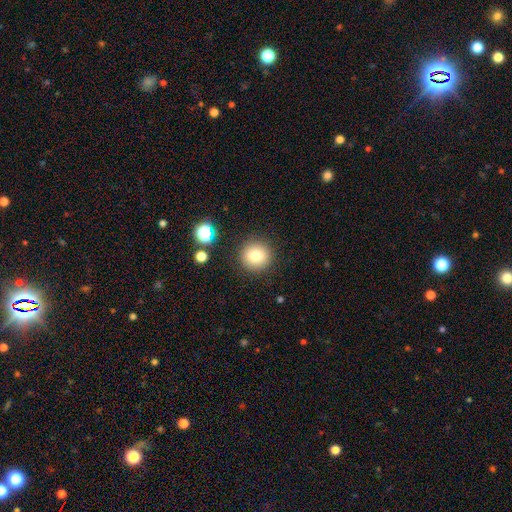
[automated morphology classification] This appears to be a smooth galaxy with no disk features (78%) that is round (93%). Merging: none (88%).